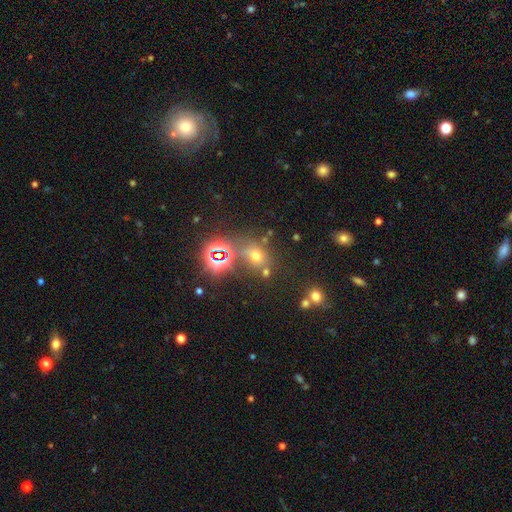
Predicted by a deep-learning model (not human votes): A smooth galaxy with no disk features (49%).

Vote fractions:
- Smooth or featured? smooth: 49% / star or artifact: 40% / featured or disk: 11%
- Merging? none: 62% / merger: 18% / minor disturbance: 13% / major disturbance: 8%